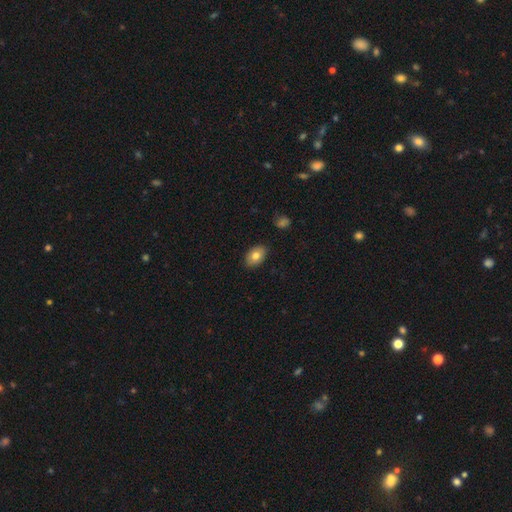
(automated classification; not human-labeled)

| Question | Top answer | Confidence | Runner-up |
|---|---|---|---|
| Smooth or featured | smooth | 79% | featured or disk (14%) |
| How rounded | in between | 88% | round (11%) |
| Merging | none | 87% | minor disturbance (10%) |